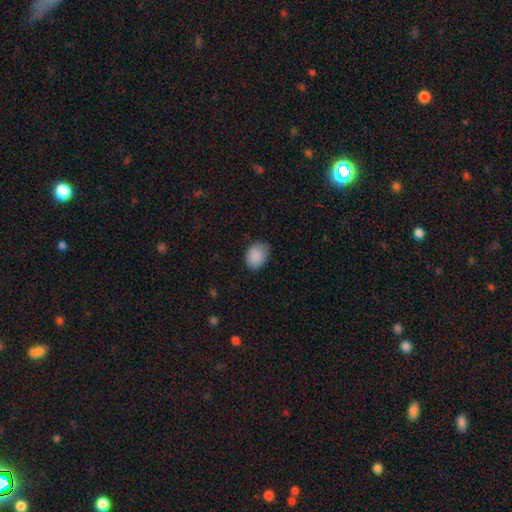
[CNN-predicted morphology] A smooth galaxy with no disk features (89%) that is in between round and cigar-shaped (66%). Merging: none (76%).